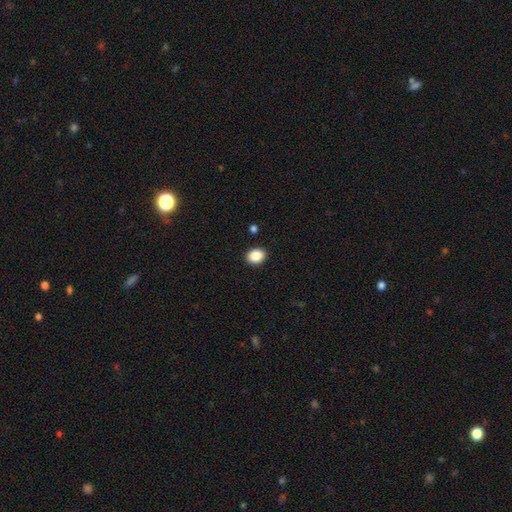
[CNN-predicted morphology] The model was most divided on "how rounded": in between: 50%, round: 49%, cigar-shaped: 1%. More confident: merging — none (91%); smooth or featured — smooth (87%).